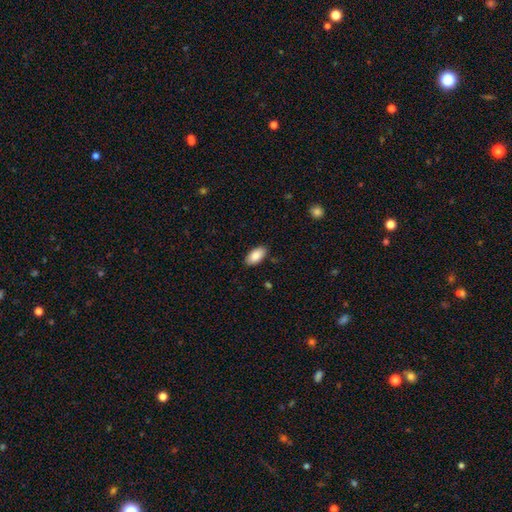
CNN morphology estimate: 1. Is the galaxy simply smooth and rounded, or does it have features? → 87% smooth, 7% star or artifact, 6% featured or disk.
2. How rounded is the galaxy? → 94% in between, 3% cigar-shaped, 2% round.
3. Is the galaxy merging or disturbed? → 87% none, 10% minor disturbance, 2% major disturbance, 1% merger.